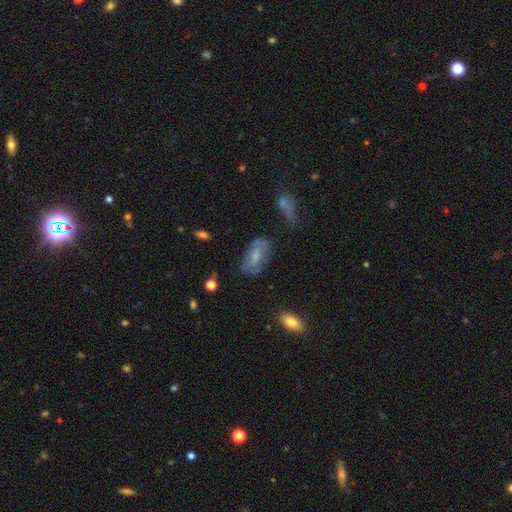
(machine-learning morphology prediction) Smooth or featured? smooth (52%)
How rounded? in between (90%)
Merging? none (60%)